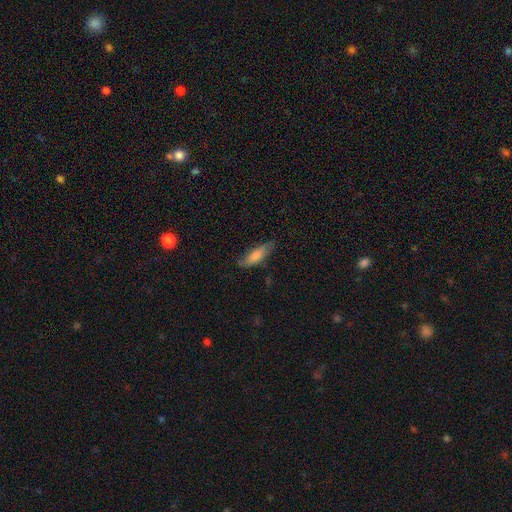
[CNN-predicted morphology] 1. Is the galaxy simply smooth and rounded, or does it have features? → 69% smooth, 24% featured or disk, 7% star or artifact.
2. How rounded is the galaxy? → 58% cigar-shaped, 39% in between, 2% round.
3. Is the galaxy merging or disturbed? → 75% none, 19% minor disturbance, 4% major disturbance, 2% merger.